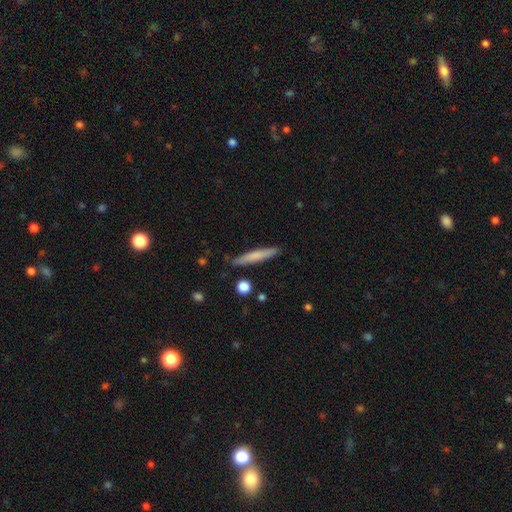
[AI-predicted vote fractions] Smooth or featured?
  - smooth: 69% *
  - featured or disk: 25%
  - star or artifact: 6%
How rounded?
  - cigar-shaped: 94% *
  - in between: 5%
  - round: 1%
Merging?
  - none: 87% *
  - minor disturbance: 9%
  - merger: 2%
  - major disturbance: 2%